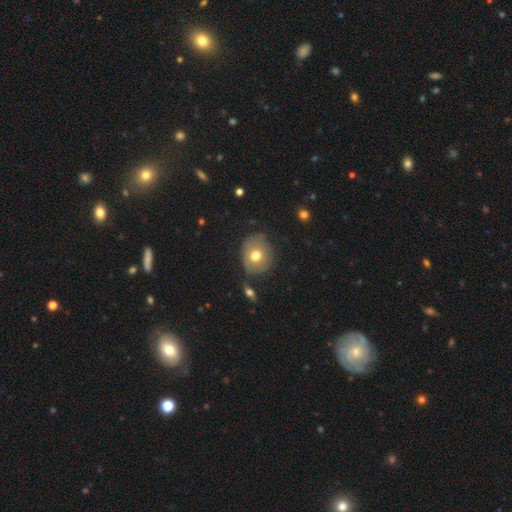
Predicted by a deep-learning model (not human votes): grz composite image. It shows a smooth galaxy with no disk features (68%) that is round (68%). Merging: none (68%).